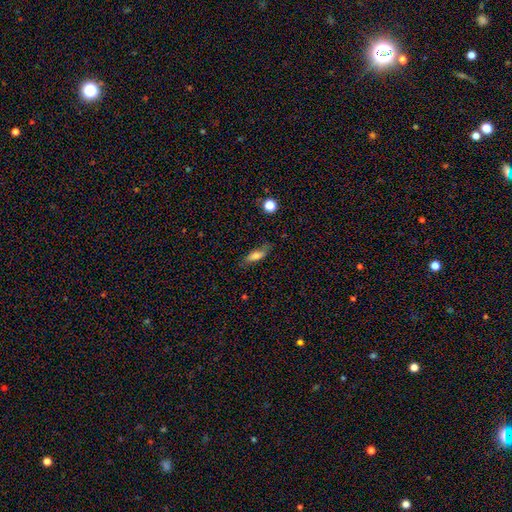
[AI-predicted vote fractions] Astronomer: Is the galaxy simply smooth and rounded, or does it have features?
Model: smooth — 71%.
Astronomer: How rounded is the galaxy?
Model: in between — 53% (runner-up: cigar-shaped, 44%).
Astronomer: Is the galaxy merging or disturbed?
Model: none — 75%.